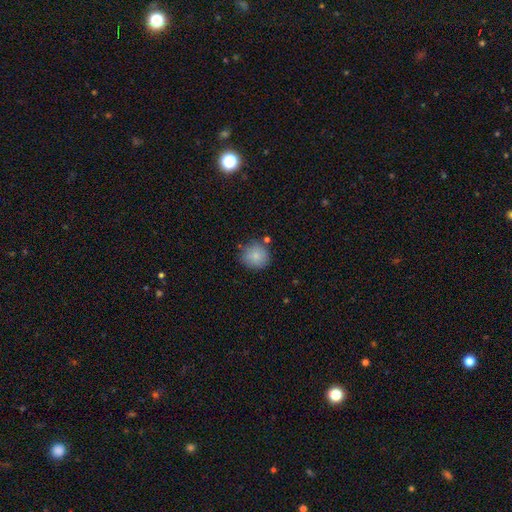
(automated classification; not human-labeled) smooth-or-featured: smooth: 84% | star or artifact: 8% | featured or disk: 7%
  how-rounded: round: 91% | in between: 8% | cigar-shaped: 1%
  merging: none: 79% | minor disturbance: 13% | merger: 5% | major disturbance: 3%